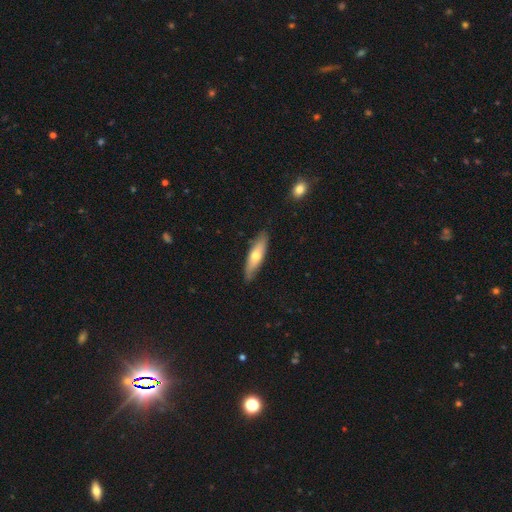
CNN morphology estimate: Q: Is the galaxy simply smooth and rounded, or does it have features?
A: smooth — 59%.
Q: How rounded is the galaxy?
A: cigar-shaped — 67%.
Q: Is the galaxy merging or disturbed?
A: none — 83%.